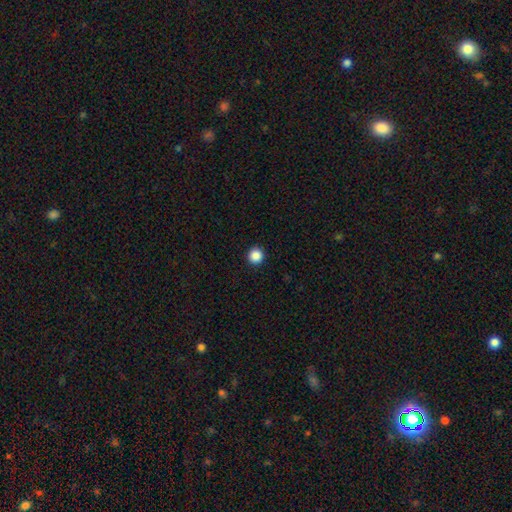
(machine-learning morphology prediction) This appears to be a smooth galaxy with no disk features (87%) that is round (96%). Merging: none (94%).